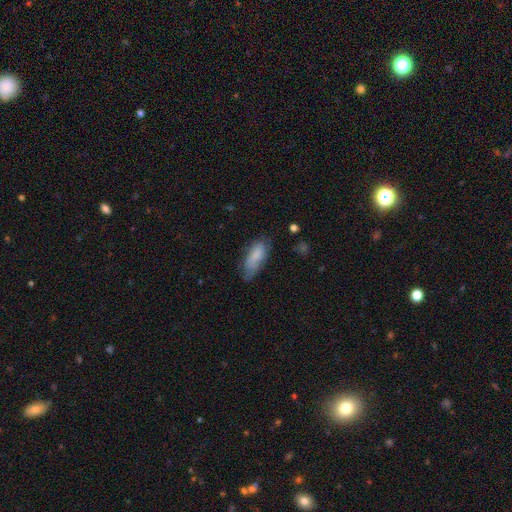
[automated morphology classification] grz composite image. It shows a smooth galaxy with no disk features (78%) that is in between round and cigar-shaped (77%). Merging: none (55%).